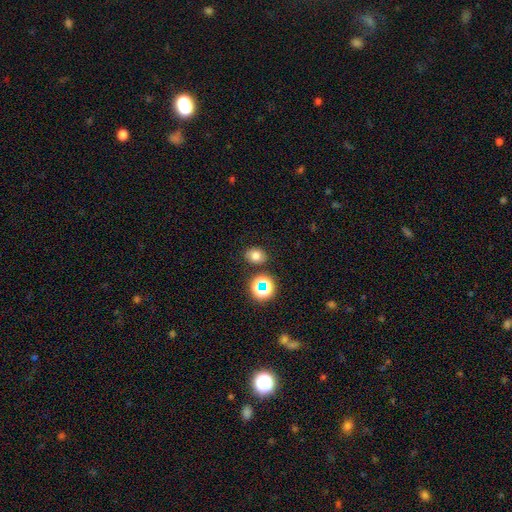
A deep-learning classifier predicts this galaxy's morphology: Smooth or featured? Predicted: smooth (p=0.72). How rounded? Predicted: in between (p=0.54). Merging? Predicted: none (p=0.82).